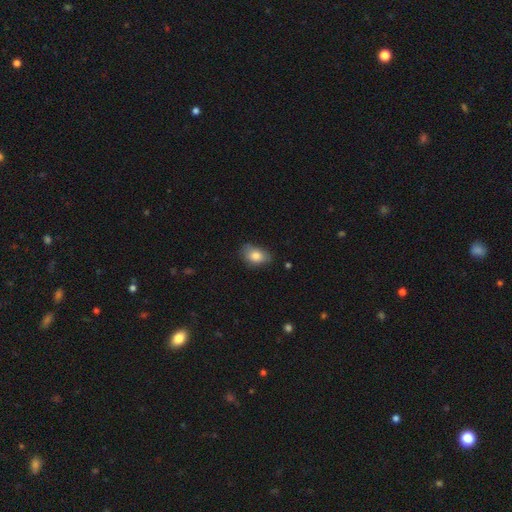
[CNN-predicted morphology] Smooth or featured?
  - smooth: 82% *
  - featured or disk: 10%
  - star or artifact: 8%
How rounded?
  - in between: 83% *
  - round: 16%
  - cigar-shaped: 2%
Merging?
  - none: 67% *
  - minor disturbance: 27%
  - major disturbance: 5%
  - merger: 2%